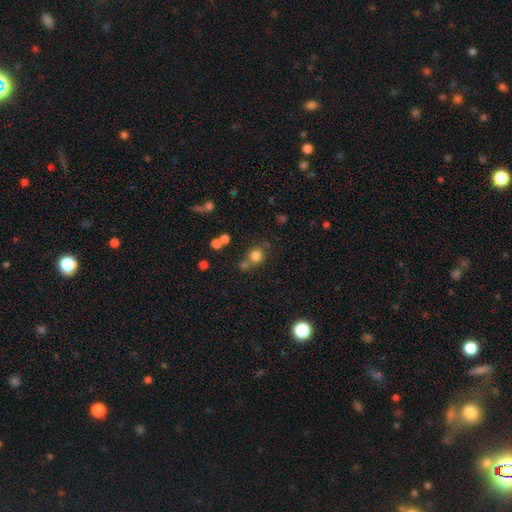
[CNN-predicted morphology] smooth 78%, star or artifact 15%, featured or disk 7%. Down the decision tree: how rounded — round (88%); merging — none (63%).